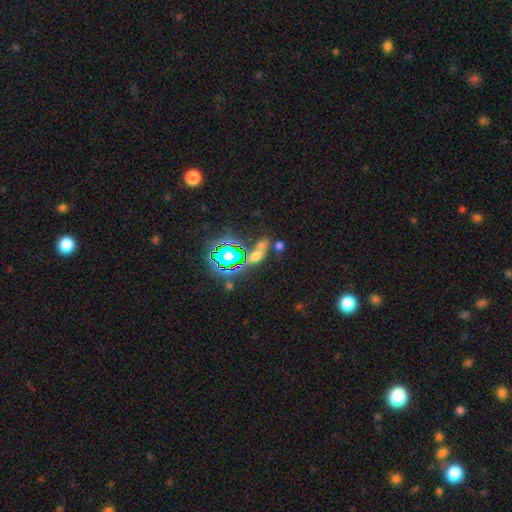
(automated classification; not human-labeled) This is marginally a star or artifact rather than a galaxy (43%).